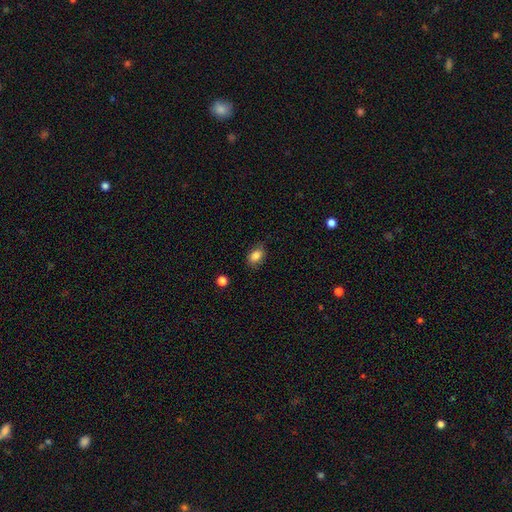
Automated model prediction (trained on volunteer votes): This is clearly a smooth galaxy (85%). How rounded: likely in between (78%). Merging: likely none (78%).